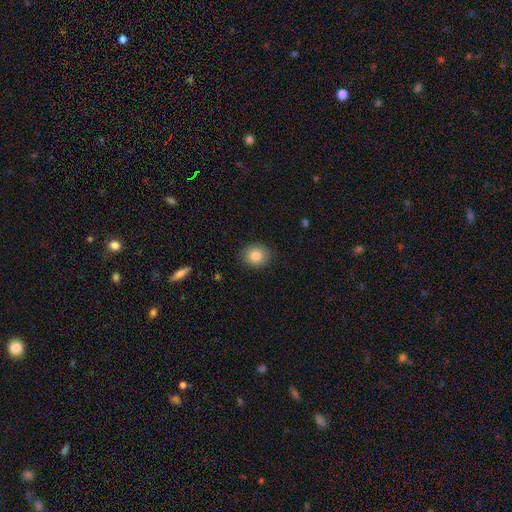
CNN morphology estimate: type=smooth (81%); roundness=round (76%); merging=none (88%).